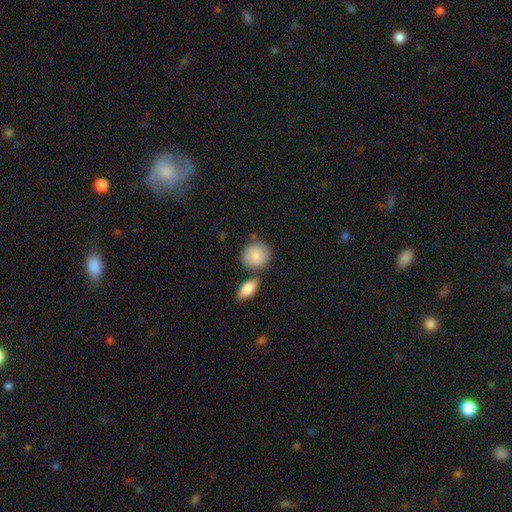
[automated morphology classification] This appears to be a smooth galaxy with no disk features (84%) that is round (76%). Merging: none (66%).